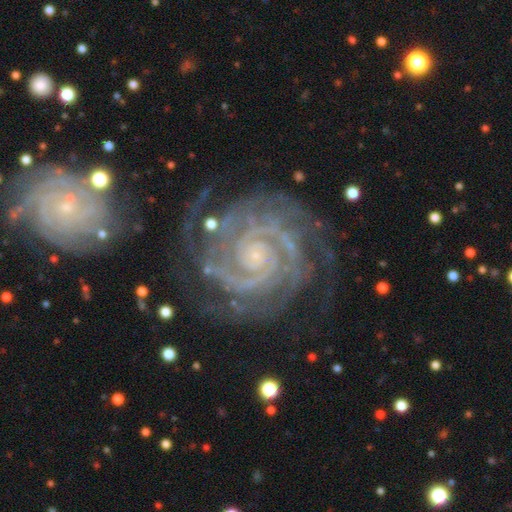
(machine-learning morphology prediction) A featured or disk galaxy (92%) with no bar (67%), 2 (55%) tight (82%) spiral arms (99%) and a small central bulge (78%).

Vote fractions:
- Smooth or featured? featured or disk: 92% / star or artifact: 5% / smooth: 3%
- Edge-on disk? no: 98% / yes: 2%
- Bar? no: 67% / weak: 23% / strong: 10%
- Spiral arms? yes: 99% / no: 1%
- Spiral winding? tight: 82% / medium: 16% / loose: 2%
- Spiral arm count? 2: 55% / 3: 17% / can't tell: 9% / 4: 8% / more than 4: 6% / 1: 5%
- Bulge size? small: 78% / moderate: 12% / none: 7% / large: 1% / dominant: 1%
- Merging? none: 72% / minor disturbance: 16% / major disturbance: 7% / merger: 4%